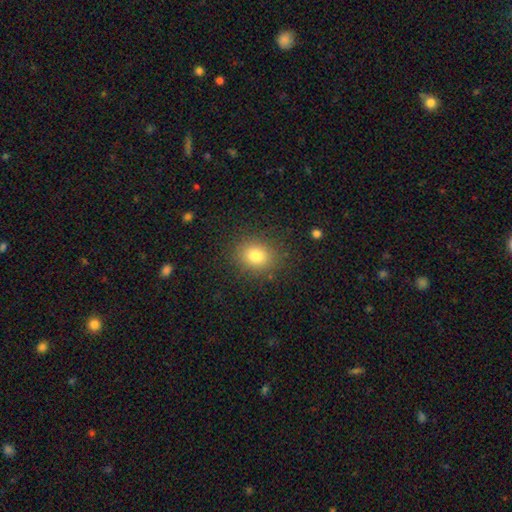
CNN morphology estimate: Smooth or featured: smooth — 79% (star or artifact — 12%)
How rounded: round — 64% (in between — 35%)
Merging: none — 86% (minor disturbance — 9%)